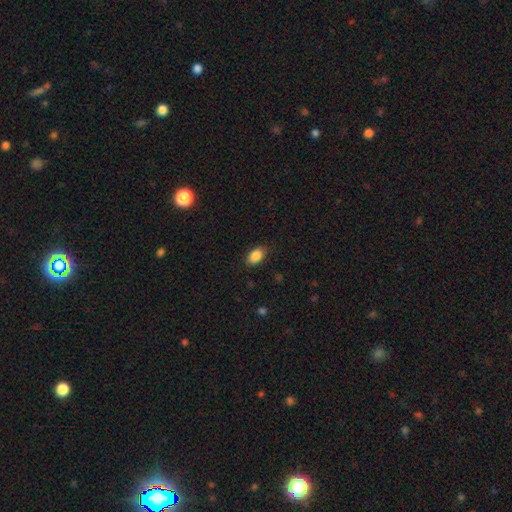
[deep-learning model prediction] This is clearly a smooth galaxy (87%). How rounded: clearly in between (88%). Merging: clearly none (84%).